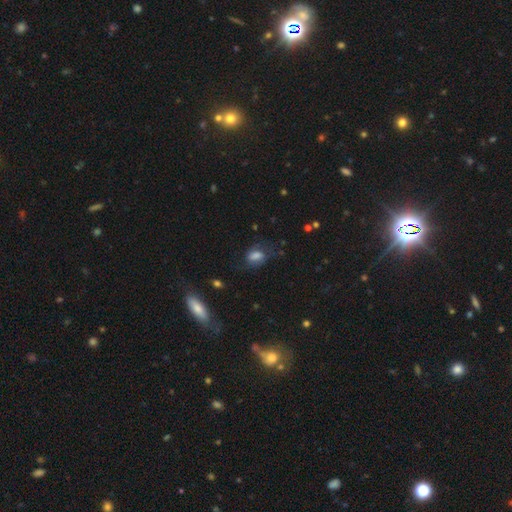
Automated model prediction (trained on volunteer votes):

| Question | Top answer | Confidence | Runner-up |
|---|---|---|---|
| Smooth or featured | smooth | 63% | featured or disk (24%) |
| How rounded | in between | 79% | round (18%) |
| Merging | none | 54% | minor disturbance (25%) |